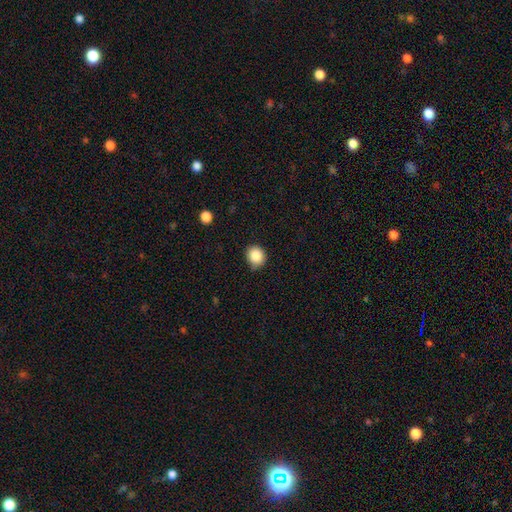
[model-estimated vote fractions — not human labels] Morphology: type=smooth (87%); roundness=round (77%); merging=none (80%).